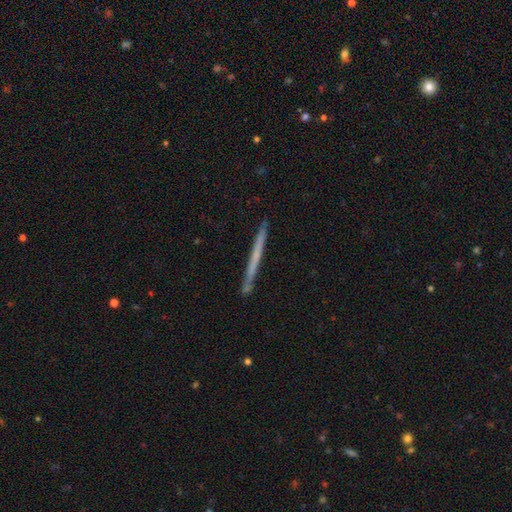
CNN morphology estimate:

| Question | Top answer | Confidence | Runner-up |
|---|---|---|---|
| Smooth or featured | featured or disk | 50% | smooth (44%) |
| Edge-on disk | yes | 97% | no (3%) |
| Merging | none | 90% | minor disturbance (7%) |